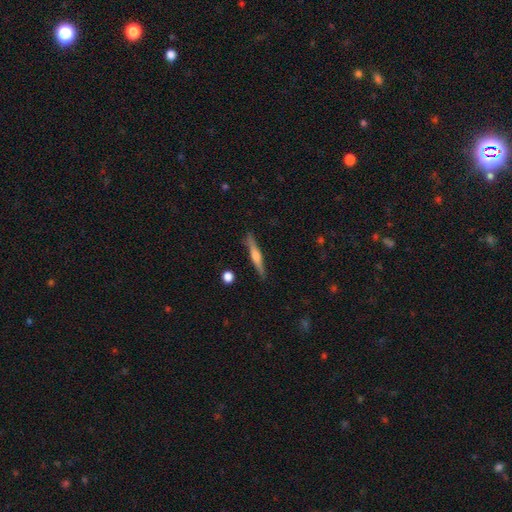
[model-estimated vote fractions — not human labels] Smooth or featured?
  - featured or disk: 60% *
  - smooth: 34%
  - star or artifact: 6%
Edge-on disk?
  - yes: 97% *
  - no: 3%
Edge-on bulge?
  - rounded: 82% *
  - none: 10%
  - boxy: 9%
Merging?
  - none: 87% *
  - minor disturbance: 9%
  - major disturbance: 2%
  - merger: 2%